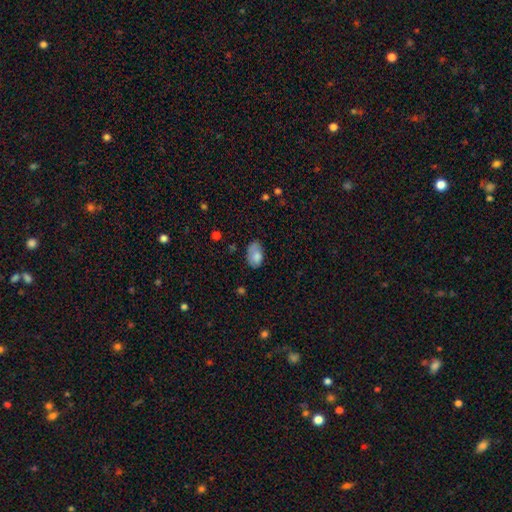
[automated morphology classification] Q: Smooth or featured?
A: smooth (76%); runner-up: featured or disk (16%)
Q: How rounded?
A: in between (89%); runner-up: round (9%)
Q: Merging?
A: none (55%); runner-up: minor disturbance (31%)